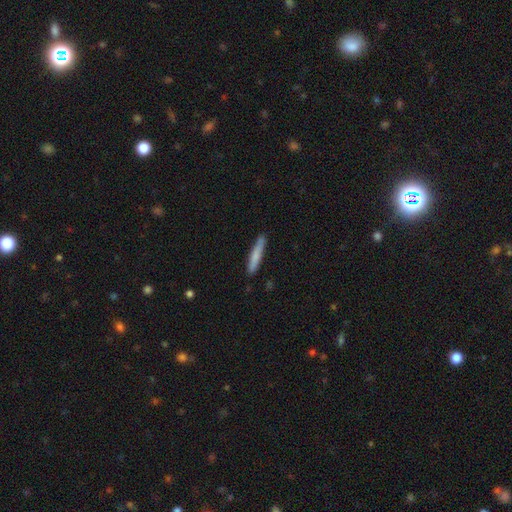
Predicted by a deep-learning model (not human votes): A smooth galaxy with no disk features (76%) that is cigar-shaped (93%). Merging: none (86%).